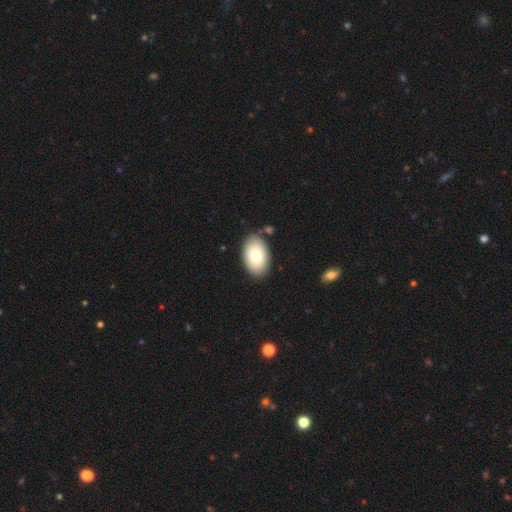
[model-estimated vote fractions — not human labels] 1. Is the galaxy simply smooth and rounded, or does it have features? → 80% smooth, 14% featured or disk, 6% star or artifact.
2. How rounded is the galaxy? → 92% in between, 7% round, 1% cigar-shaped.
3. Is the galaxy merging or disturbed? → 82% none, 12% minor disturbance, 4% merger, 3% major disturbance.